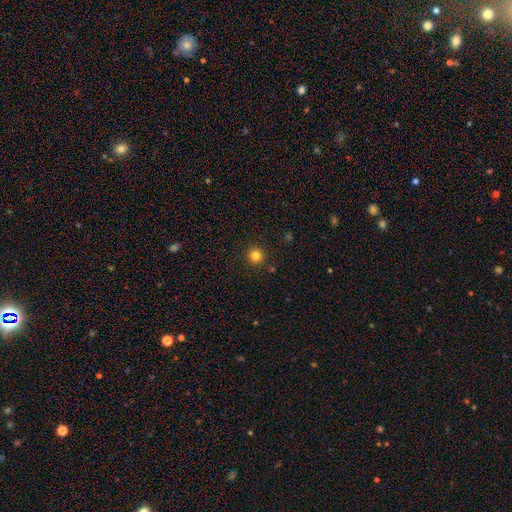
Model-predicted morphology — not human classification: A smooth galaxy with no disk features (82%) that is round (96%).

Vote fractions:
- Smooth or featured? smooth: 82% / star or artifact: 13% / featured or disk: 5%
- How rounded? round: 96% / in between: 3% / cigar-shaped: 1%
- Merging? none: 92% / minor disturbance: 5% / major disturbance: 2% / merger: 1%